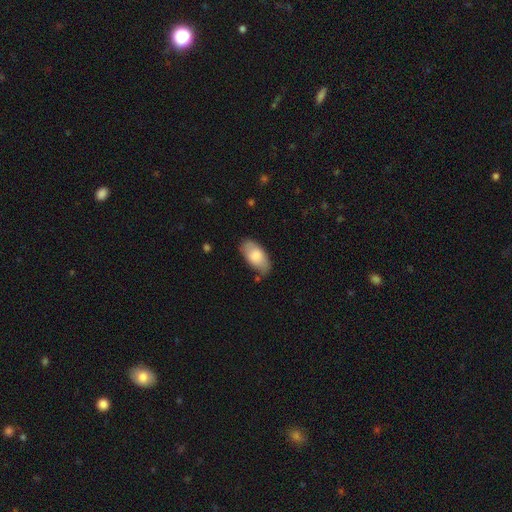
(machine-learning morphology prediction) This appears to be a smooth galaxy with no disk features (78%) that is in between round and cigar-shaped (94%). Merging: none (68%).